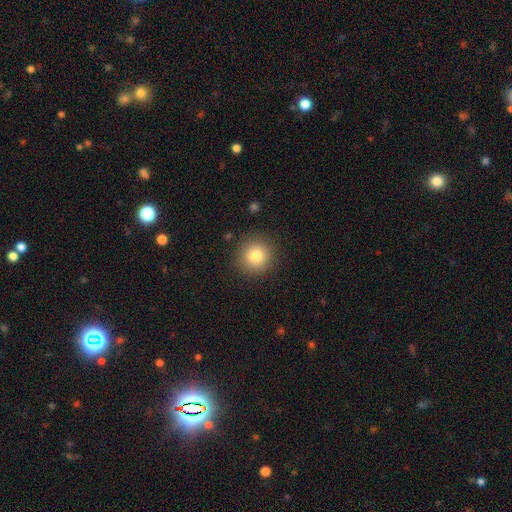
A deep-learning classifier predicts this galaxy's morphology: smooth-or-featured: smooth: 80% | star or artifact: 11% | featured or disk: 9%
  how-rounded: round: 94% | in between: 5% | cigar-shaped: 1%
  merging: none: 89% | minor disturbance: 7% | major disturbance: 2% | merger: 1%